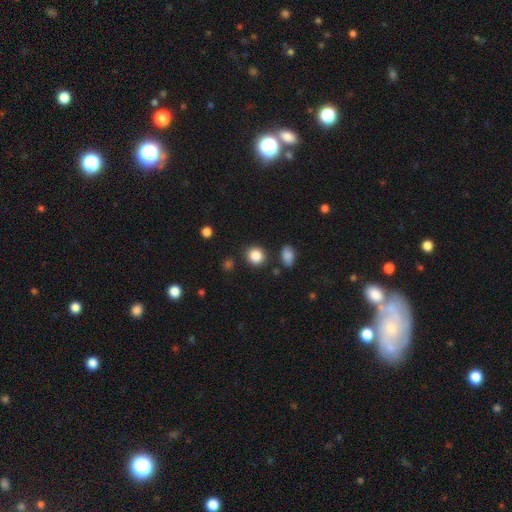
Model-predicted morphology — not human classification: Q: Smooth or featured?
A: smooth (86%); runner-up: star or artifact (10%)
Q: How rounded?
A: round (84%); runner-up: in between (15%)
Q: Merging?
A: none (87%); runner-up: minor disturbance (7%)